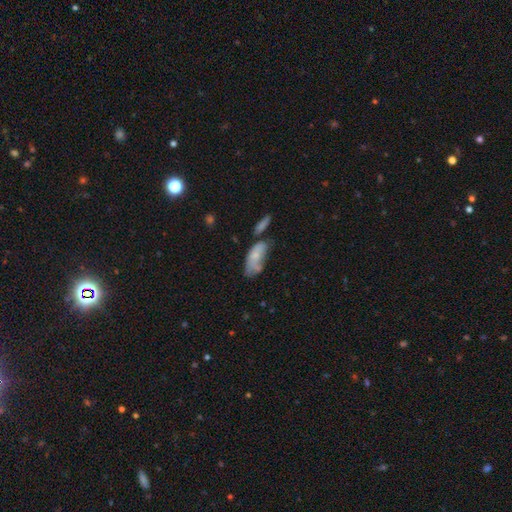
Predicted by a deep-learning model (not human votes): Overall: smooth (63%; featured or disk 29%). How rounded: in between (87%). Merging: none (32%; minor disturbance 27%).